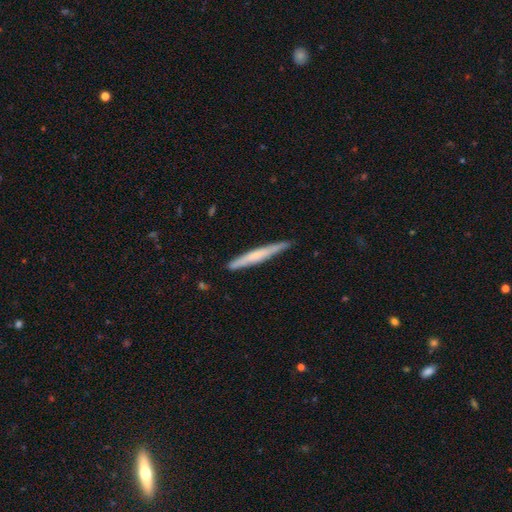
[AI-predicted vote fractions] Overall: smooth (50%; featured or disk 44%). Merging: none (86%).